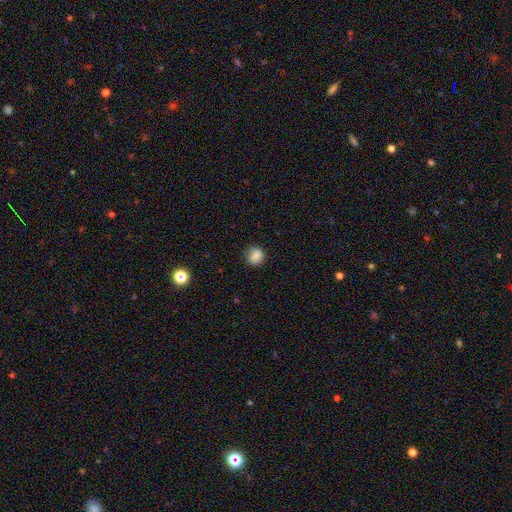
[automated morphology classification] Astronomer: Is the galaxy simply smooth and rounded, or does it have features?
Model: smooth — 81%.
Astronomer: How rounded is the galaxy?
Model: round — 78%.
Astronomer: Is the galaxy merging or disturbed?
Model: none — 73%.